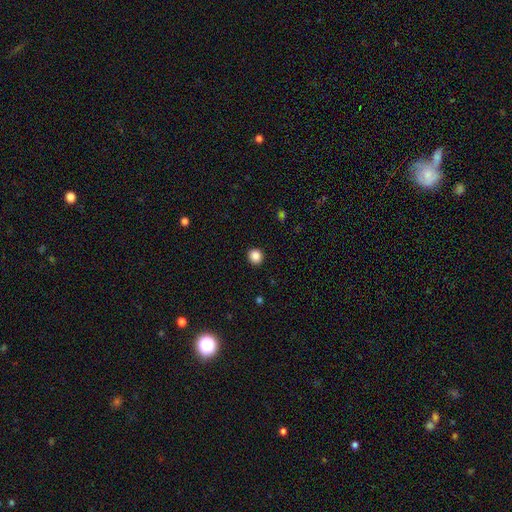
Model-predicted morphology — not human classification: The model was most divided on "how rounded": round: 87%, in between: 12%, cigar-shaped: 1%. More confident: merging — none (92%); smooth or featured — smooth (87%).